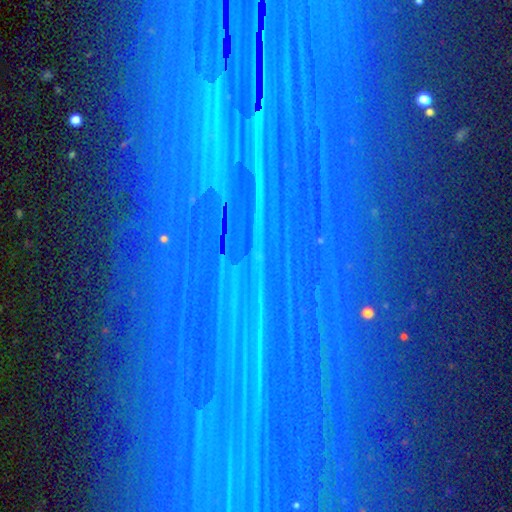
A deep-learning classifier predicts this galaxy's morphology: A star or artifact, not a galaxy (83%).